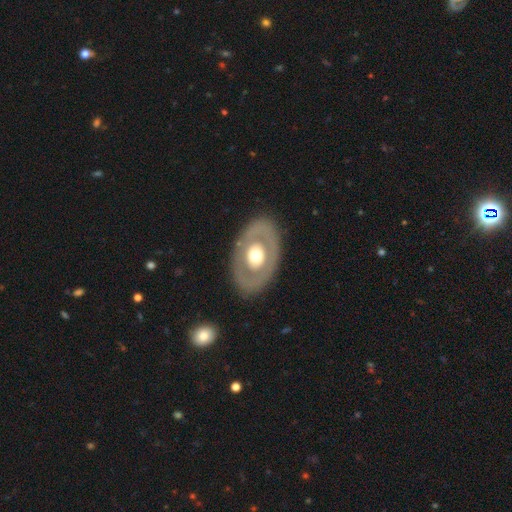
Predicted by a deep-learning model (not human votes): Smooth or featured: featured or disk — 55% (smooth — 40%)
Edge-on disk: no — 90% (yes — 10%)
Merging: none — 83% (minor disturbance — 10%)